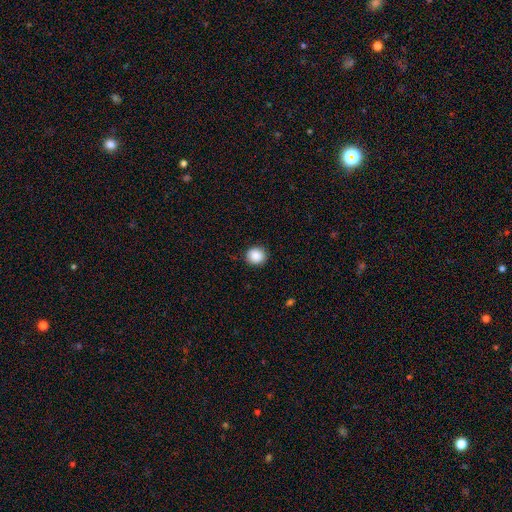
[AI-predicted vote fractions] Morphology: type=smooth (89%); roundness=round (90%); merging=none (90%).